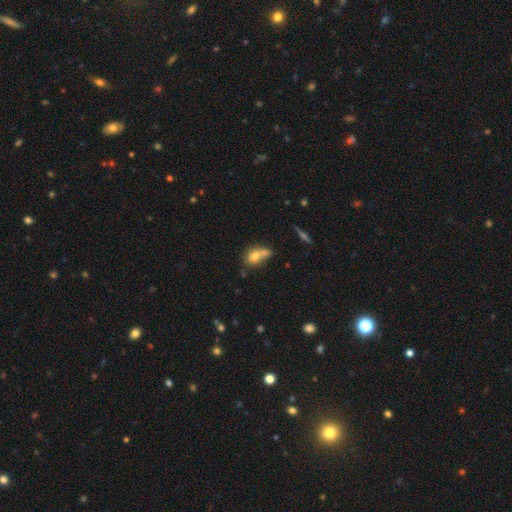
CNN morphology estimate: A smooth galaxy with no disk features (69%) that is in between round and cigar-shaped (60%). Merging: merger (54%).